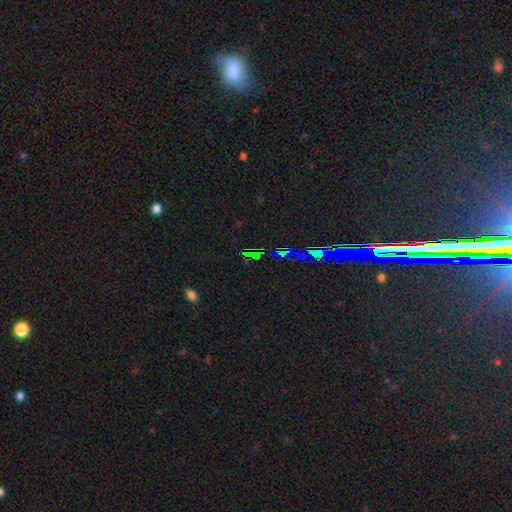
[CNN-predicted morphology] A star or artifact, not a galaxy (79%).